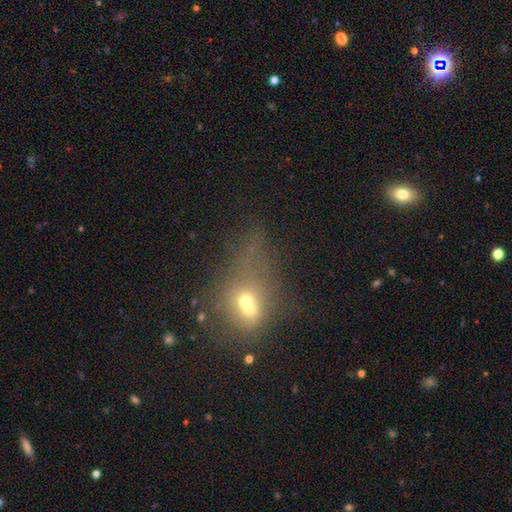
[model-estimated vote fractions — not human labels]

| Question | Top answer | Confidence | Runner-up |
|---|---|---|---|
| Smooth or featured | smooth | 48% | star or artifact (28%) |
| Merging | major disturbance | 35% | none (29%) |